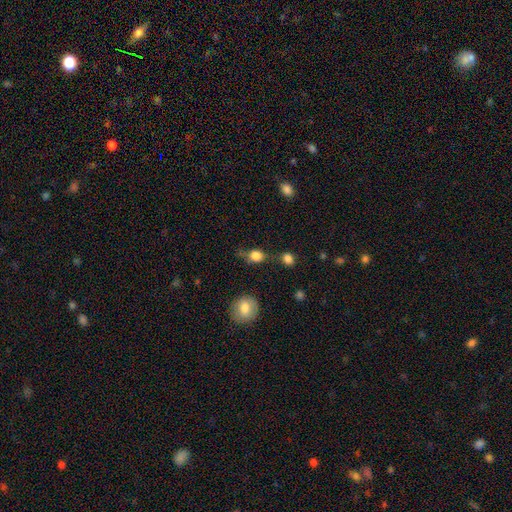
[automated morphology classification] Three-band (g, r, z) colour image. It shows a smooth galaxy with no disk features (79%) that is round (60%). Merging: none (54%).